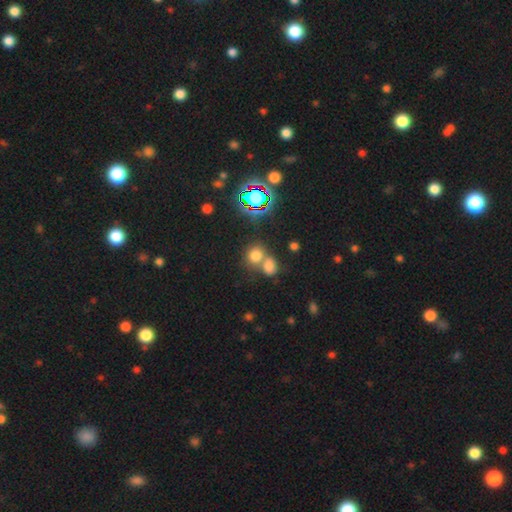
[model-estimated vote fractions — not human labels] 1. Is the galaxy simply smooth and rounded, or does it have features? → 68% smooth, 22% star or artifact, 9% featured or disk.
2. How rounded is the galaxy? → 67% round, 32% in between, 1% cigar-shaped.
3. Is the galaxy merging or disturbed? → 50% merger, 38% none, 8% minor disturbance, 4% major disturbance.